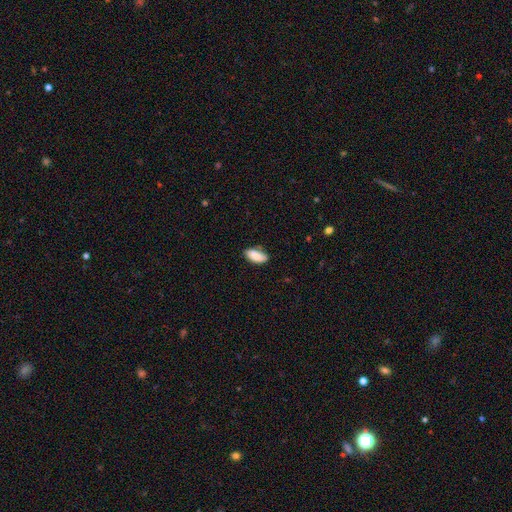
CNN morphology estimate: A smooth galaxy with no disk features (84%) that is in between round and cigar-shaped (90%).

Vote fractions:
- Smooth or featured? smooth: 84% / featured or disk: 9% / star or artifact: 7%
- How rounded? in between: 90% / cigar-shaped: 7% / round: 2%
- Merging? none: 72% / minor disturbance: 21% / major disturbance: 4% / merger: 3%